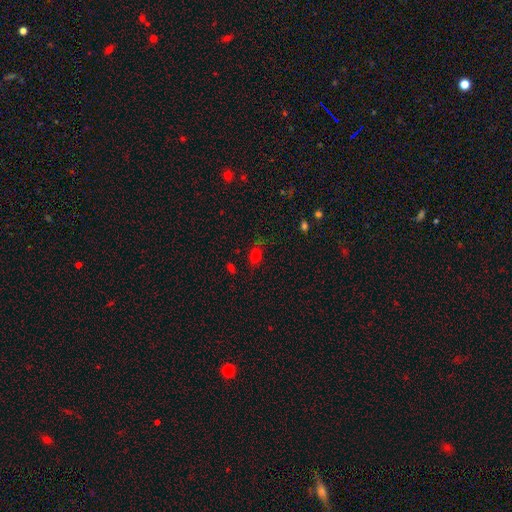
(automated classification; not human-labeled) Q: Smooth or featured?
A: smooth (69%); runner-up: star or artifact (20%)
Q: How rounded?
A: in between (61%); runner-up: round (35%)
Q: Merging?
A: none (70%); runner-up: minor disturbance (21%)